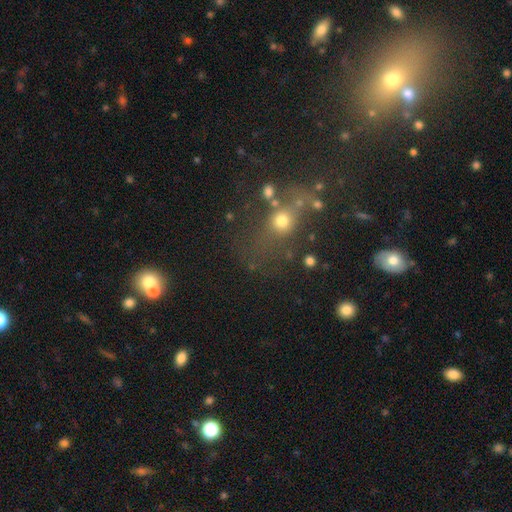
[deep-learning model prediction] Morphology: type=smooth (49%); merging=none (54%).